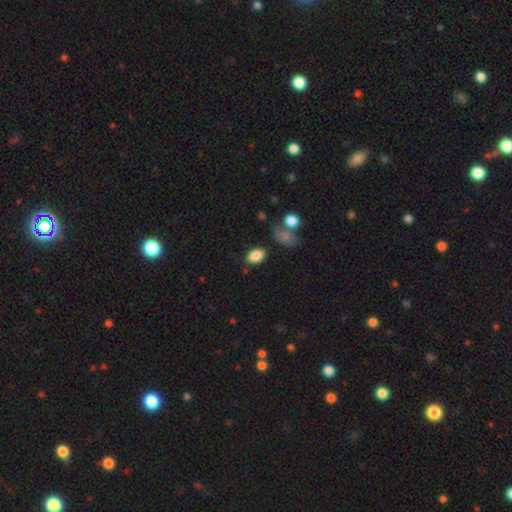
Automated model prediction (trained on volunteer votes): This appears to be a smooth galaxy with no disk features (86%) that is in between round and cigar-shaped (88%). Merging: none (76%).